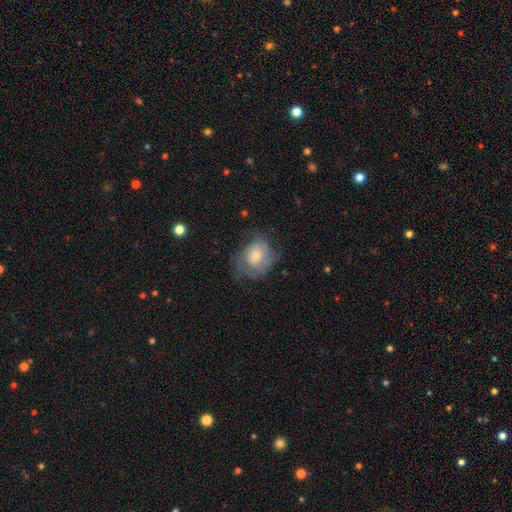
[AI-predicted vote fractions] Smooth or featured? featured or disk (53%)
Edge-on disk? no (97%)
Bar? no (74%)
Spiral arms? yes (74%)
Bulge size? moderate (46%)
Merging? none (52%)